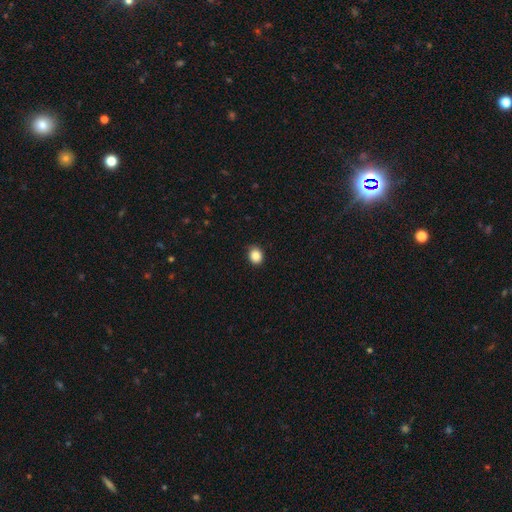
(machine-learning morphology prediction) Smooth or featured: smooth — 86% (star or artifact — 10%)
How rounded: round — 64% (in between — 35%)
Merging: none — 86% (minor disturbance — 11%)